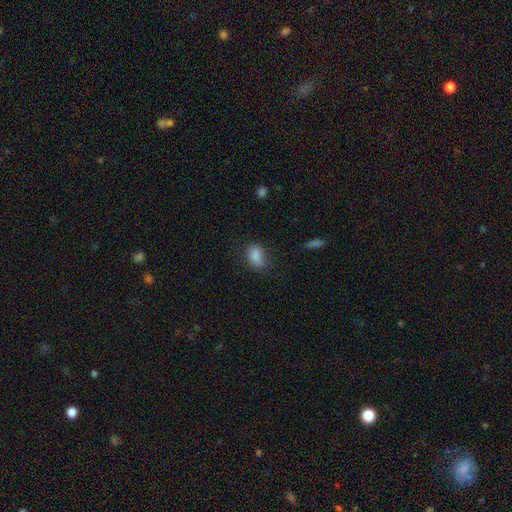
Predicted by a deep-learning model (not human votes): Q: Smooth or featured?
A: smooth (85%); runner-up: star or artifact (9%)
Q: How rounded?
A: in between (83%); runner-up: round (14%)
Q: Merging?
A: none (68%); runner-up: minor disturbance (23%)